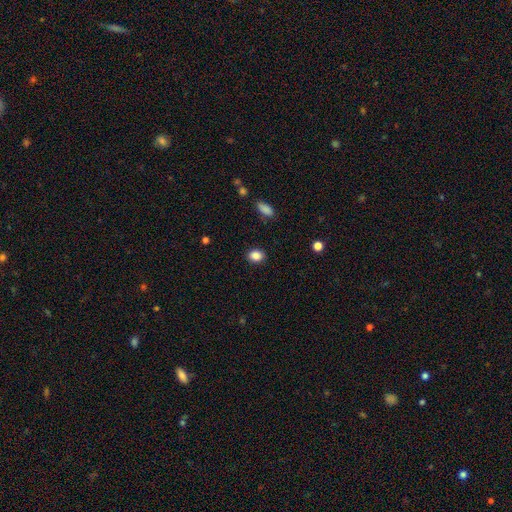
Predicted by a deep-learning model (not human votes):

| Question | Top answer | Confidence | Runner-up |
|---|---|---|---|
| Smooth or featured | smooth | 87% | star or artifact (9%) |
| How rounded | in between | 54% | round (44%) |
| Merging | none | 89% | minor disturbance (8%) |